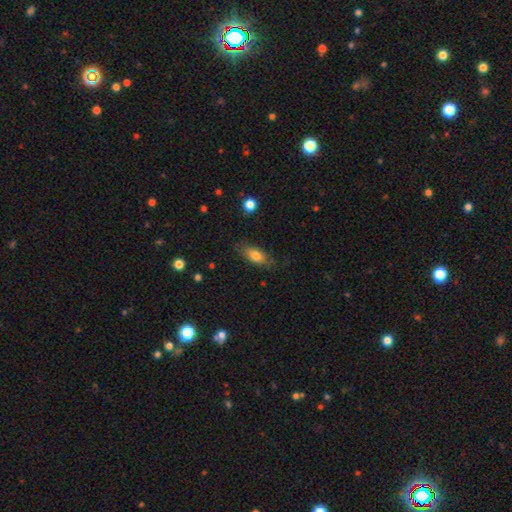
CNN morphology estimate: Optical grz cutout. It shows a smooth galaxy with no disk features (71%) that is in between round and cigar-shaped (80%). Merging: none (72%).